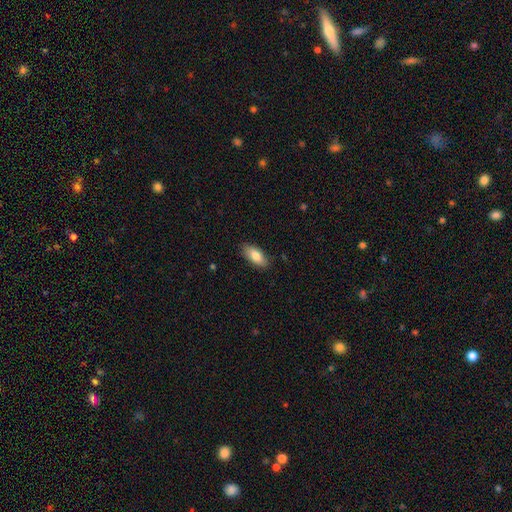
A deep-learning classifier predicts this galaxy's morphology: A smooth galaxy with no disk features (82%) that is in between round and cigar-shaped (85%). Merging: none (85%).